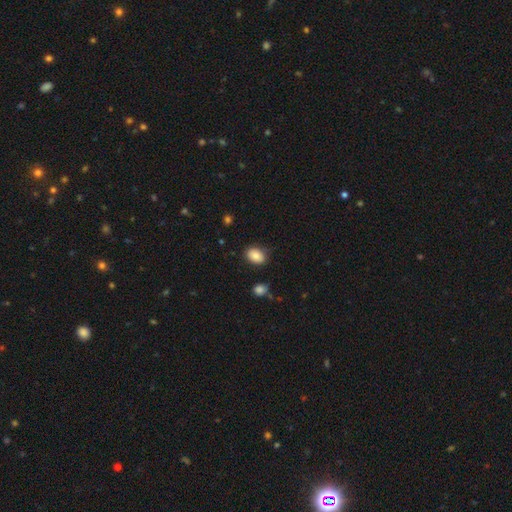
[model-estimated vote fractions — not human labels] smooth_or_featured: smooth (p=0.85) [alt: star or artifact p=0.08]
how_rounded: in between (p=0.77) [alt: round p=0.22]
merging: none (p=0.81) [alt: minor disturbance p=0.14]